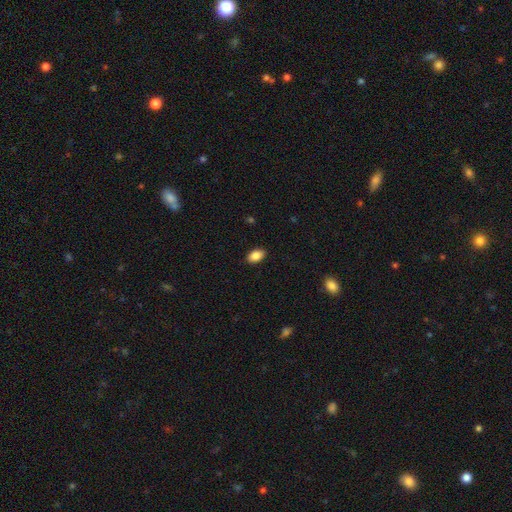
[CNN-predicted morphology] Smooth or featured? Predicted: smooth (p=0.87). How rounded? Predicted: in between (p=0.91). Merging? Predicted: none (p=0.89).